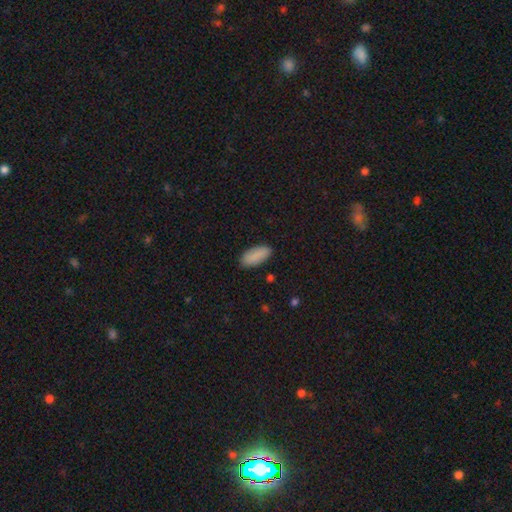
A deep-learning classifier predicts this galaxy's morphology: type=smooth (89%); roundness=in between (87%); merging=none (87%).